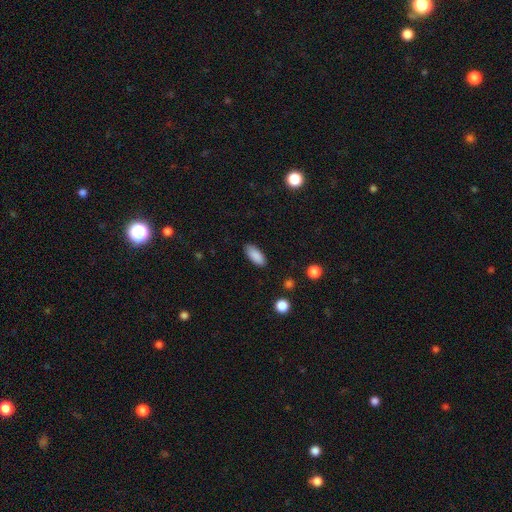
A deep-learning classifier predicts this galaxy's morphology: Smooth or featured? smooth (89%)
How rounded? in between (84%)
Merging? none (86%)